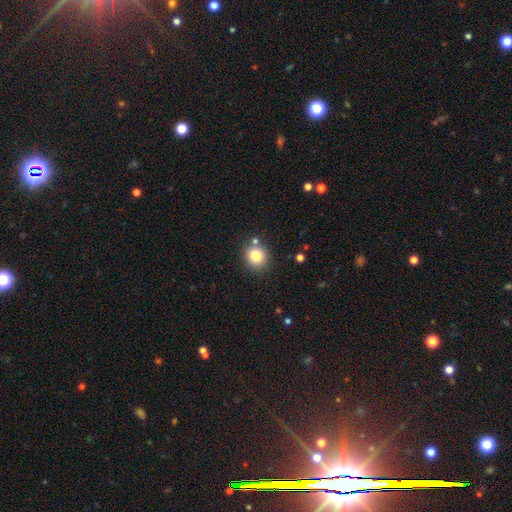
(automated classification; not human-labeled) smooth 81%, star or artifact 11%, featured or disk 7%. Down the decision tree: how rounded — round (83%); merging — none (80%).